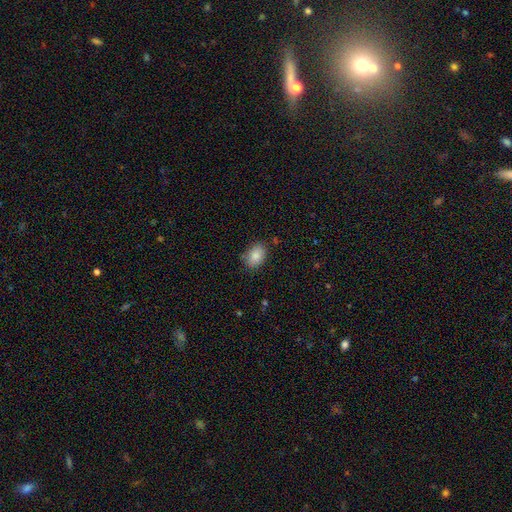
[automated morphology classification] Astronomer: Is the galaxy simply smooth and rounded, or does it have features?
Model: smooth — 86%.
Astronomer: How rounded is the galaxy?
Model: in between — 83%.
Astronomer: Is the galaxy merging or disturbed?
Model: none — 81%.